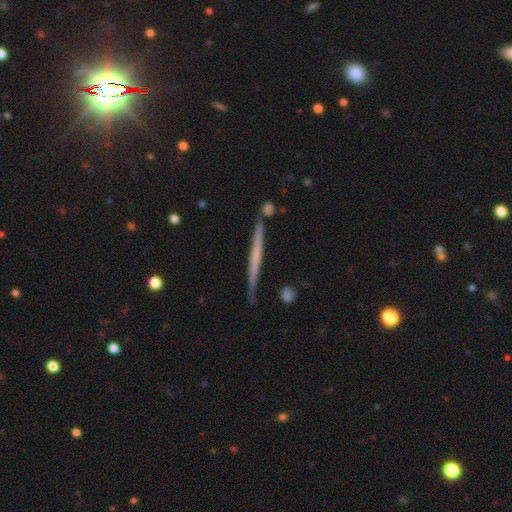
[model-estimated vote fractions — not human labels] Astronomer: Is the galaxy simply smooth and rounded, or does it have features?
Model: featured or disk — 59% (runner-up: smooth, 35%).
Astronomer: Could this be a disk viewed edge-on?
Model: yes — 98%.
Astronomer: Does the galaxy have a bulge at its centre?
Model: none — 84%.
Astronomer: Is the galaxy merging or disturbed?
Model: none — 86%.